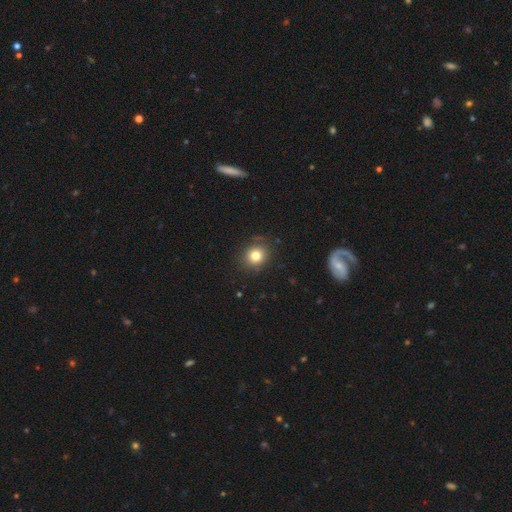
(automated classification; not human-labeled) This is likely a smooth galaxy (80%). How rounded: clearly round (80%). Merging: clearly none (85%).